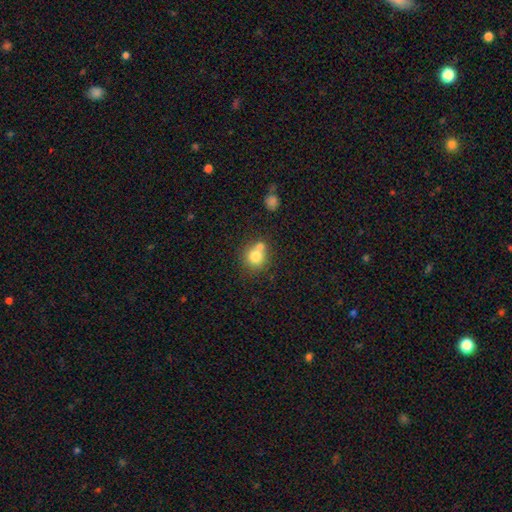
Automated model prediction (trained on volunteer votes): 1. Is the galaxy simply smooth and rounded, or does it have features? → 76% smooth, 13% featured or disk, 11% star or artifact.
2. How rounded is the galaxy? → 85% round, 14% in between, 1% cigar-shaped.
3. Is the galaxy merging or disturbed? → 48% none, 40% merger, 9% minor disturbance, 3% major disturbance.